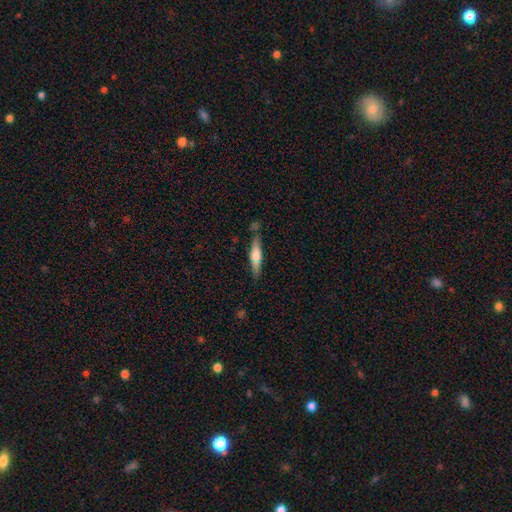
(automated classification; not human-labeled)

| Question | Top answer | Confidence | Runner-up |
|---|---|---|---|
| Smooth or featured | featured or disk | 50% | smooth (44%) |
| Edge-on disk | yes | 94% | no (6%) |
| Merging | none | 78% | minor disturbance (14%) |